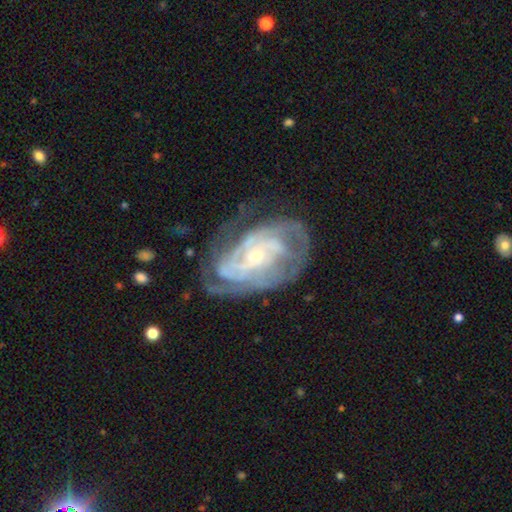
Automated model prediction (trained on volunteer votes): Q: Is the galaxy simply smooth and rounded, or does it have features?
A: featured or disk — 87%.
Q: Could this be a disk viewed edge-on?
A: no — 97%.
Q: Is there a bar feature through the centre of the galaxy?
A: no — 64%.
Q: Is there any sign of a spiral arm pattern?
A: yes — 95%.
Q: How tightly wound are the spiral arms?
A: tight — 66%.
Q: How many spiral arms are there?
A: can't tell — 32%.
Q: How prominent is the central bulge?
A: small — 71%.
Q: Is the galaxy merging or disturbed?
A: none — 61%.